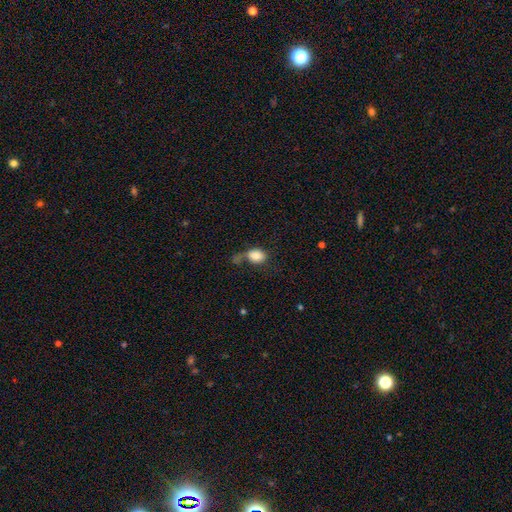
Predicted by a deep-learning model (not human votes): Q: Smooth or featured?
A: smooth (82%); runner-up: featured or disk (10%)
Q: How rounded?
A: in between (66%); runner-up: round (33%)
Q: Merging?
A: none (33%); runner-up: major disturbance (27%)